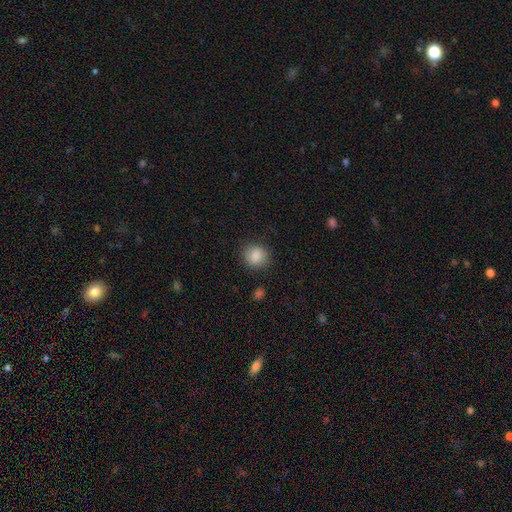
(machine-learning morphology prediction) Smooth or featured? Predicted: smooth (p=0.87). How rounded? Predicted: round (p=0.86). Merging? Predicted: none (p=0.87).